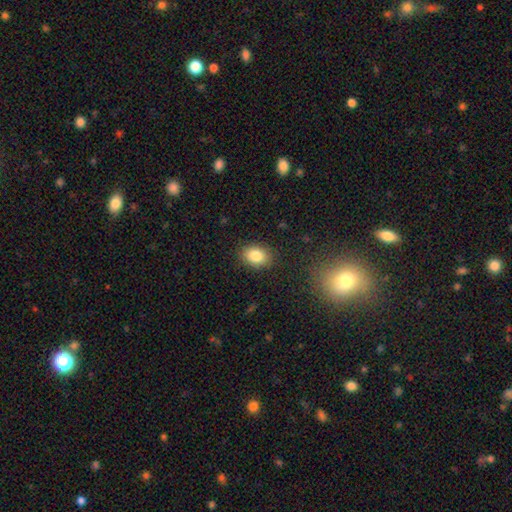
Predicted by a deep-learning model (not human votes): Smooth or featured? Predicted: smooth (p=0.84). How rounded? Predicted: in between (p=0.74). Merging? Predicted: none (p=0.87).